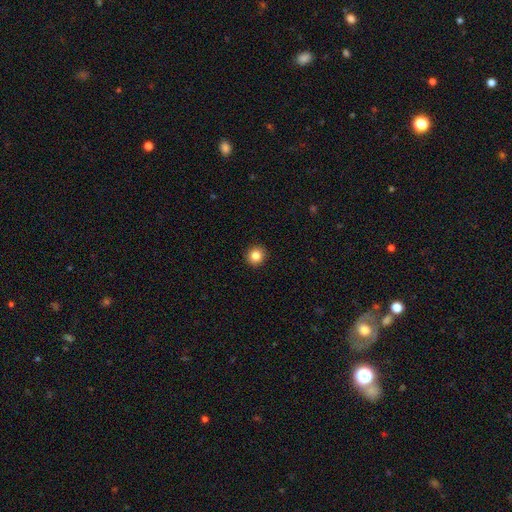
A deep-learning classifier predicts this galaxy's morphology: smooth 84%, star or artifact 11%, featured or disk 6%. Down the decision tree: how rounded — round (92%); merging — none (93%).